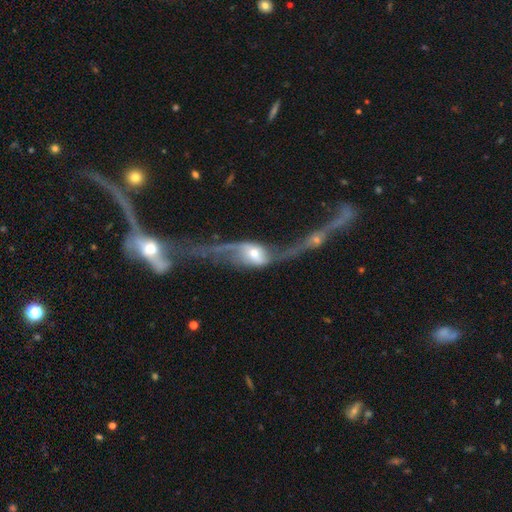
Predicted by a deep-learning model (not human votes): The model was most divided on "bar": no: 45%, weak: 35%, strong: 20%. More confident: spiral arm count — 2 (86%); spiral winding — loose (86%); spiral arms — yes (84%); edge-on disk — no (83%); smooth or featured — featured or disk (81%); merging — merger (68%); bulge size — moderate (54%).